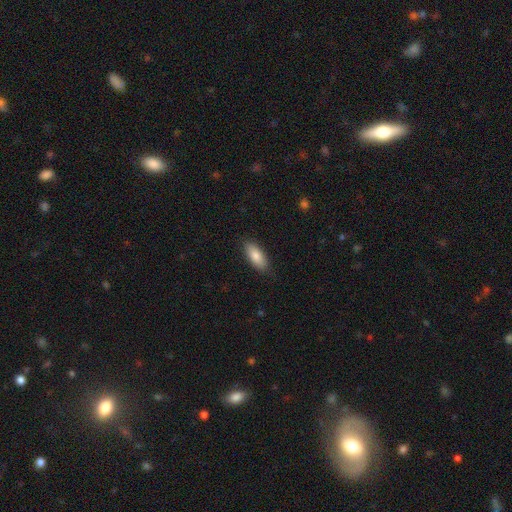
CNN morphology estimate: Overall: smooth (83%). How rounded: in between (84%). Merging: none (86%).